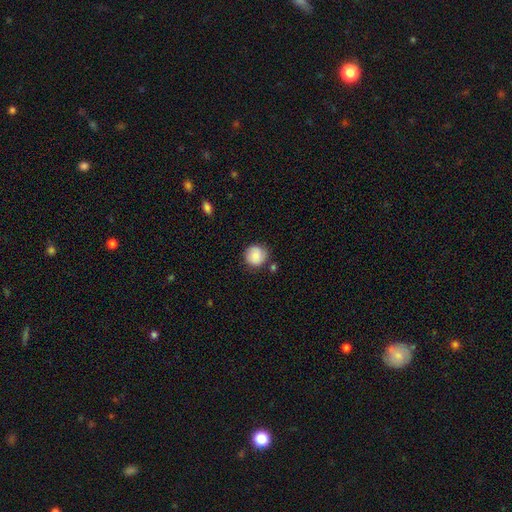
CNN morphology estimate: The model was most divided on "merging": none: 79%, minor disturbance: 14%, merger: 4%, major disturbance: 3%. More confident: how rounded — round (92%); smooth or featured — smooth (80%).